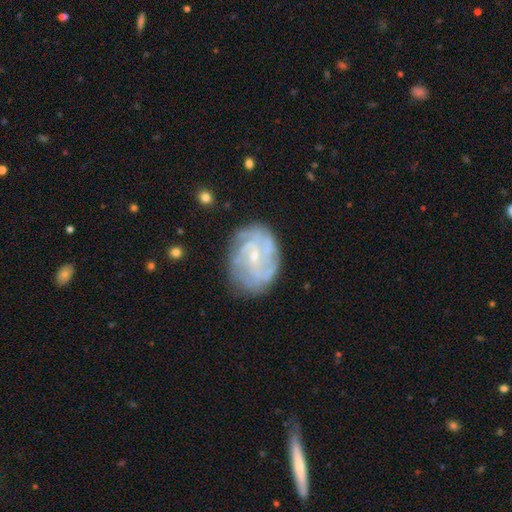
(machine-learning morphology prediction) A featured or disk galaxy (80%) with no bar (48%), tight (63%) spiral arms (92%) and a small central bulge (72%). Merging: none (76%).